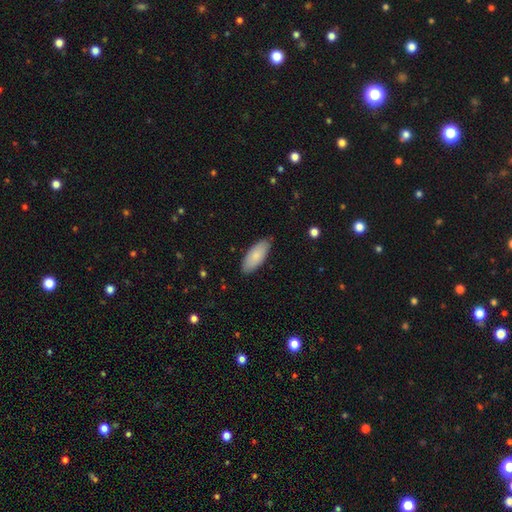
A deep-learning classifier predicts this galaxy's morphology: A smooth galaxy with no disk features (84%) that is in between round and cigar-shaped (84%).

Vote fractions:
- Smooth or featured? smooth: 84% / featured or disk: 11% / star or artifact: 6%
- How rounded? in between: 84% / cigar-shaped: 15% / round: 2%
- Merging? none: 85% / minor disturbance: 12% / major disturbance: 2% / merger: 1%